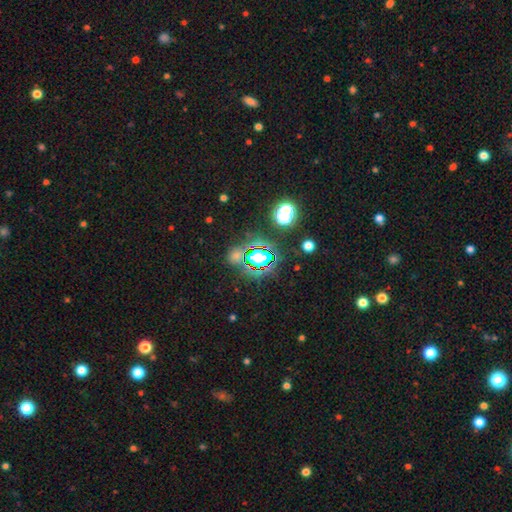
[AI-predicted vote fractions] A star or artifact, not a galaxy (80%).